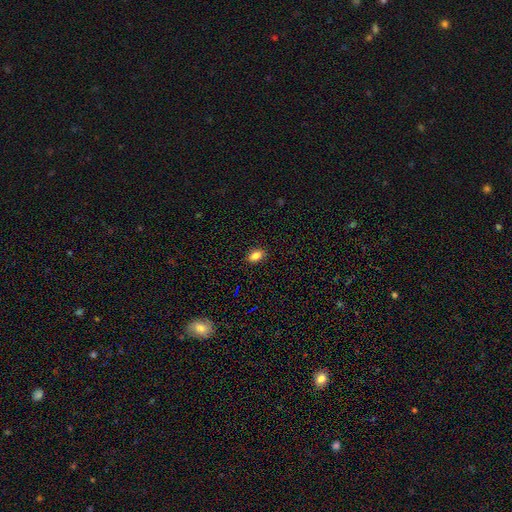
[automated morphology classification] Smooth or featured? Predicted: smooth (p=0.83). How rounded? Predicted: in between (p=0.82). Merging? Predicted: none (p=0.88).